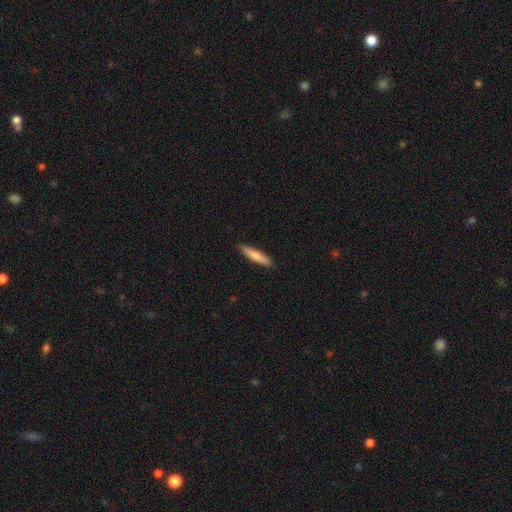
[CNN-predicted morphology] Smooth or featured?
  - smooth: 78% *
  - featured or disk: 17%
  - star or artifact: 5%
How rounded?
  - cigar-shaped: 84% *
  - in between: 15%
  - round: 1%
Merging?
  - none: 89% *
  - minor disturbance: 9%
  - major disturbance: 2%
  - merger: 1%